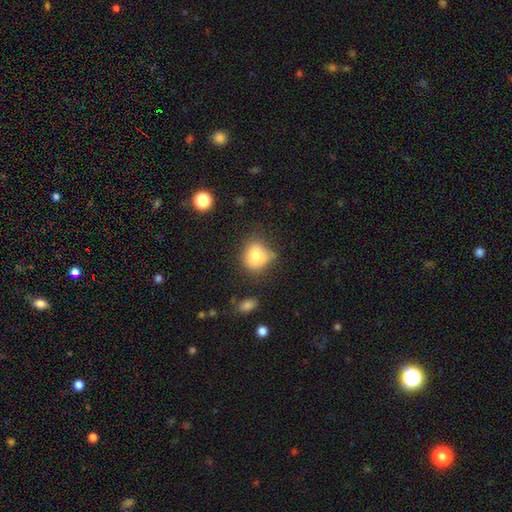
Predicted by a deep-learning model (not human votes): smooth_or_featured: smooth (p=0.79) [alt: featured or disk p=0.10]
how_rounded: round (p=0.66) [alt: in between p=0.33]
merging: none (p=0.54) [alt: minor disturbance p=0.29]